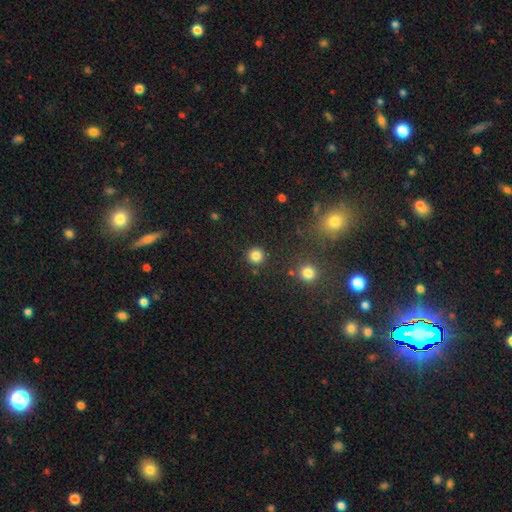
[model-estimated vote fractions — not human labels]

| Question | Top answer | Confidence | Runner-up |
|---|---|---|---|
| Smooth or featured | smooth | 83% | star or artifact (13%) |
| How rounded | round | 95% | in between (4%) |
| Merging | none | 90% | minor disturbance (5%) |